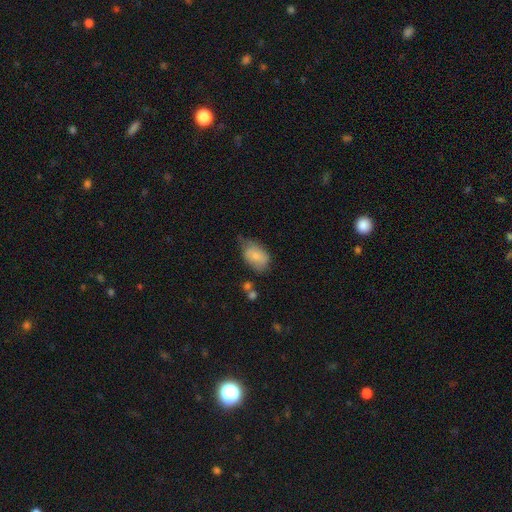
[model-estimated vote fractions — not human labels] smooth_or_featured: smooth (p=0.74) [alt: featured or disk p=0.19]
how_rounded: in between (p=0.89) [alt: round p=0.10]
merging: none (p=0.46) [alt: minor disturbance p=0.38]